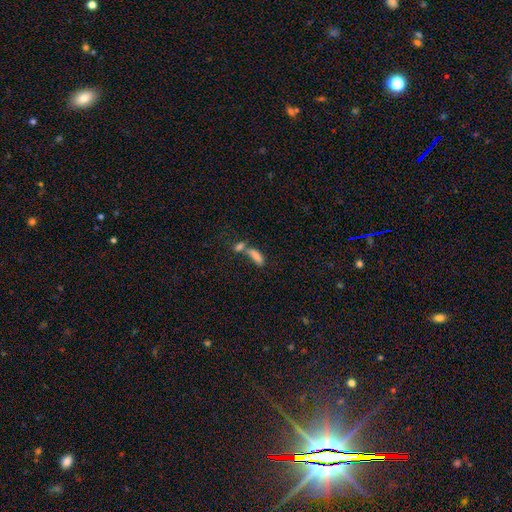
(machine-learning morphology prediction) smooth_or_featured: smooth (p=0.72) [alt: featured or disk p=0.15]
how_rounded: in between (p=0.59) [alt: cigar-shaped p=0.37]
merging: merger (p=0.56) [alt: none p=0.28]